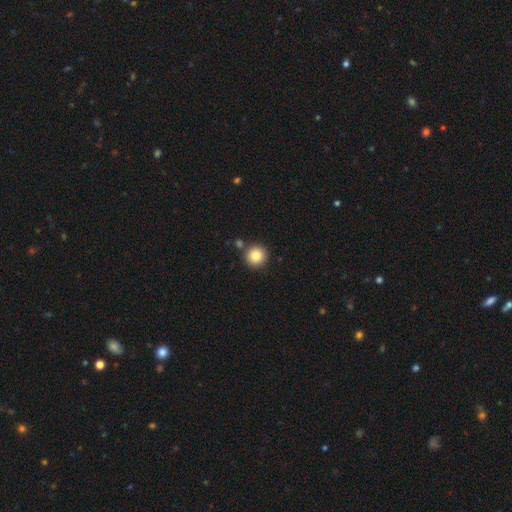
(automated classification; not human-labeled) Morphology: type=smooth (83%); roundness=round (95%); merging=none (84%).